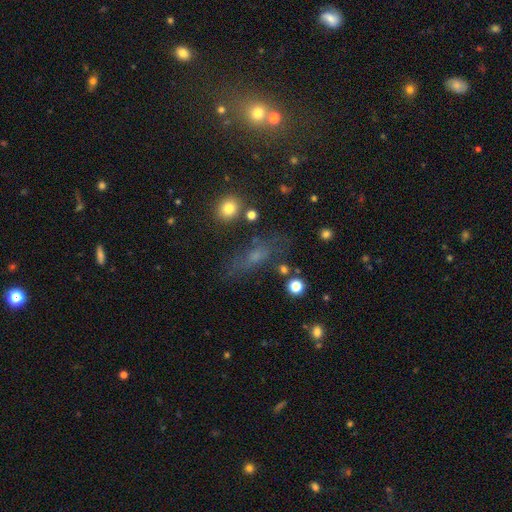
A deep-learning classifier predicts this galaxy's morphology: A smooth galaxy with no disk features (47%).

Vote fractions:
- Smooth or featured? smooth: 47% / featured or disk: 30% / star or artifact: 23%
- Merging? none: 64% / minor disturbance: 20% / major disturbance: 11% / merger: 6%